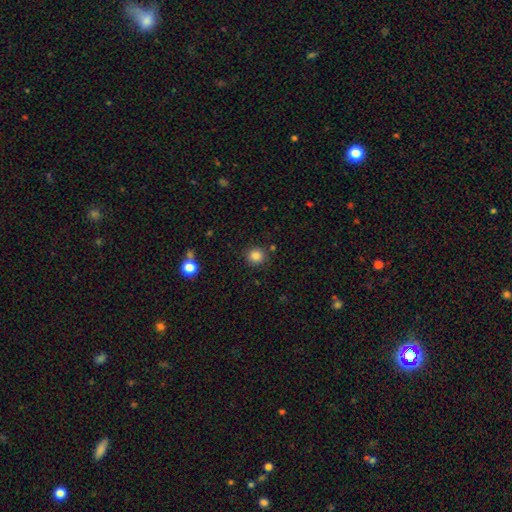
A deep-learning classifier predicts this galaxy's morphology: type=smooth (85%); roundness=round (93%); merging=none (87%).